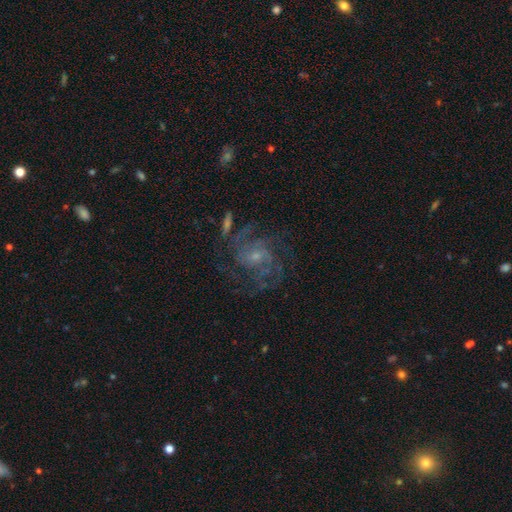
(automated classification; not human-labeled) The model was most divided on "spiral arm count": can't tell: 28%, 2: 24%, 3: 22%, 4: 12%, more than 4: 7%, 1: 7%. Remaining: edge-on disk — no (97%); spiral arms — yes (93%); merging — none (75%); smooth or featured — featured or disk (69%); bulge size — small (59%); bar — no (53%); spiral winding — medium (48%).